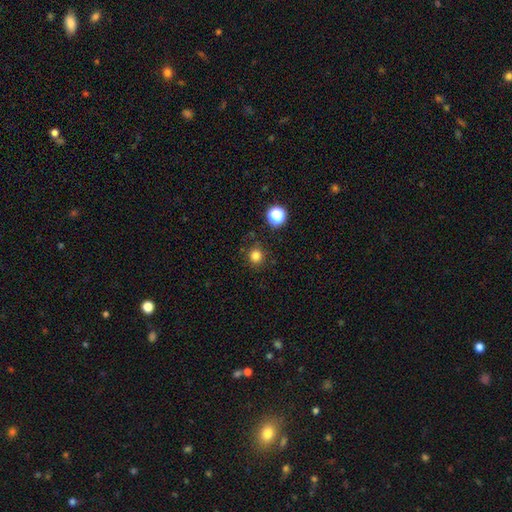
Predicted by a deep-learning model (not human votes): smooth-or-featured: smooth: 81% | star or artifact: 14% | featured or disk: 4%
  how-rounded: round: 92% | in between: 7% | cigar-shaped: 1%
  merging: none: 87% | minor disturbance: 8% | major disturbance: 3% | merger: 2%